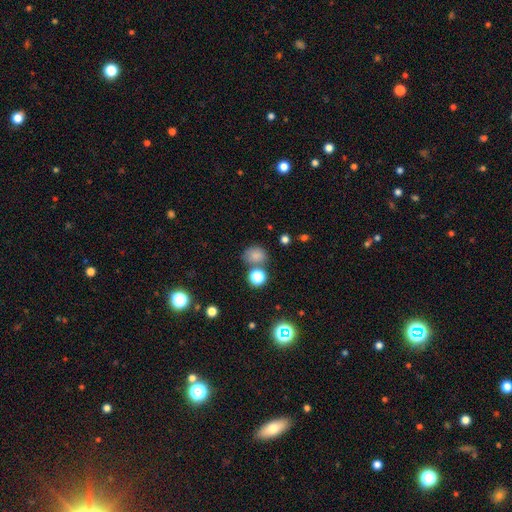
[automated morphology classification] type=smooth (77%); roundness=round (64%); merging=none (67%).